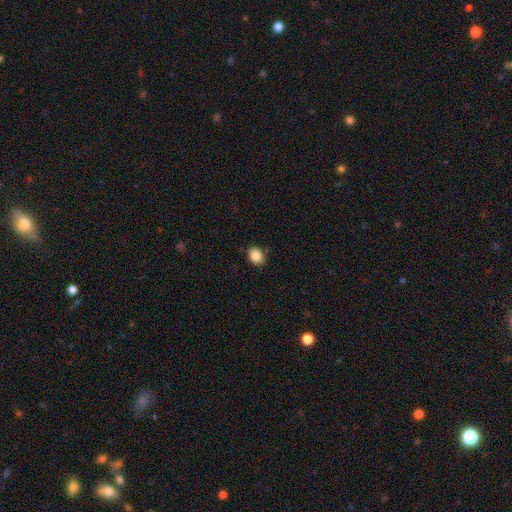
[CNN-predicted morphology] Smooth or featured? Predicted: smooth (p=0.86). How rounded? Predicted: in between (p=0.57). Merging? Predicted: none (p=0.87).